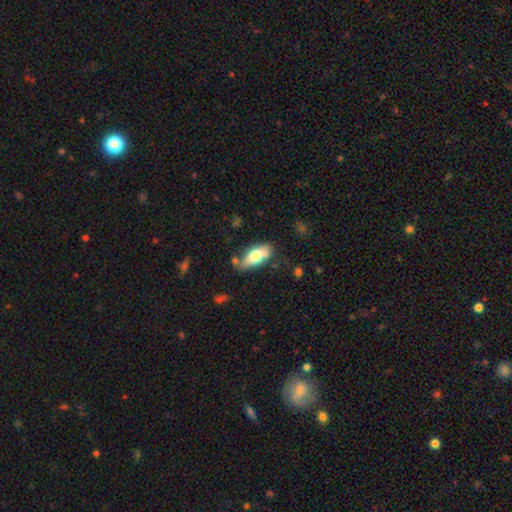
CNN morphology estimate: smooth-or-featured: smooth: 64% | featured or disk: 30% | star or artifact: 6%
  how-rounded: in between: 82% | cigar-shaped: 14% | round: 4%
  merging: none: 67% | minor disturbance: 20% | merger: 8% | major disturbance: 5%